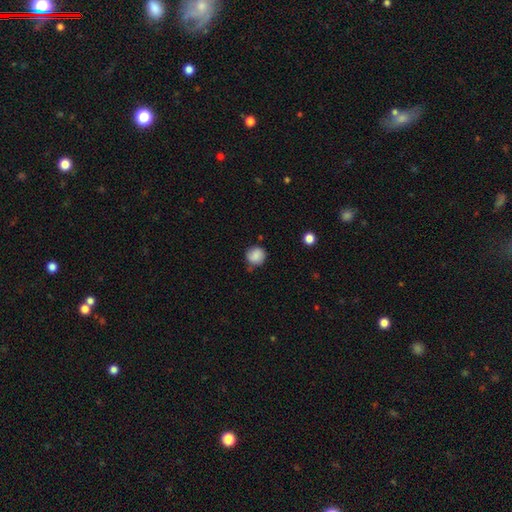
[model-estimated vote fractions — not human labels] A smooth galaxy with no disk features (85%) that is round (87%). Merging: none (73%).